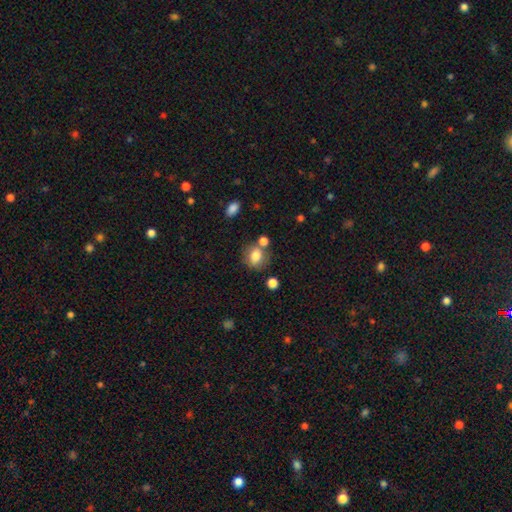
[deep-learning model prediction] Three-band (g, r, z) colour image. It shows a smooth galaxy with no disk features (79%) that is round (66%). Merging: none (62%).